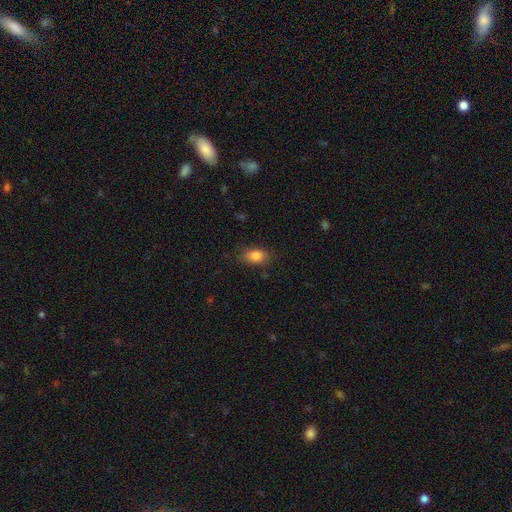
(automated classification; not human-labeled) Smooth or featured? smooth (85%)
How rounded? in between (84%)
Merging? none (80%)